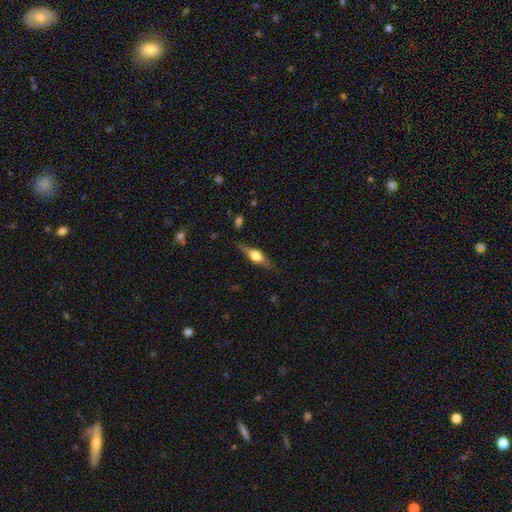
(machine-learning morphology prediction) A featured or disk galaxy (66%) viewed edge-on (96%) with a rounded central bulge (93%).

Vote fractions:
- Smooth or featured? featured or disk: 66% / smooth: 27% / star or artifact: 7%
- Edge-on disk? yes: 96% / no: 4%
- Edge-on bulge? rounded: 93% / boxy: 6% / none: 1%
- Merging? none: 84% / minor disturbance: 12% / major disturbance: 3% / merger: 1%